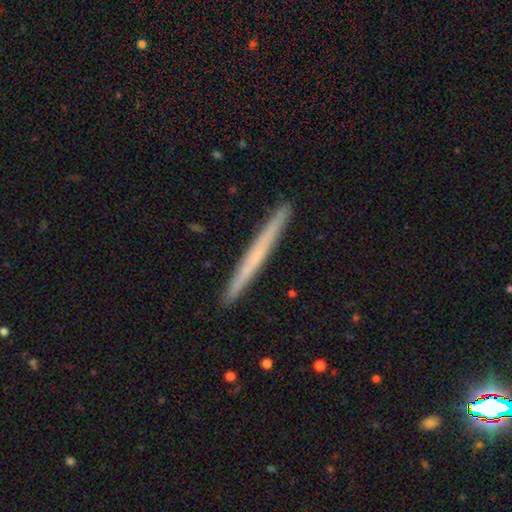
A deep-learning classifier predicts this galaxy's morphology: The model was most divided on "smooth or featured" (2-way tie): smooth: 47%, featured or disk: 47%, star or artifact: 6%. More confident: merging — none (93%).